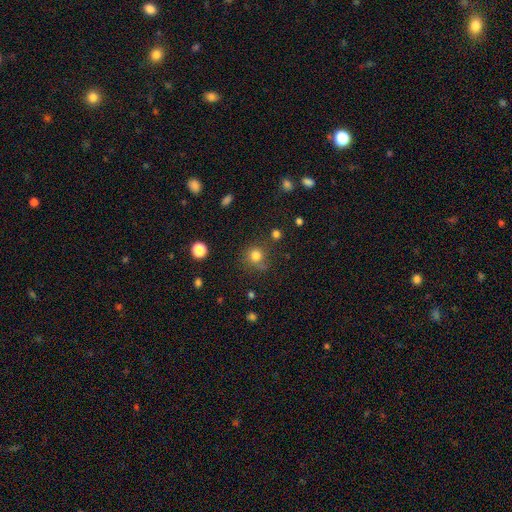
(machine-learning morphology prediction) This appears to be a smooth galaxy with no disk features (79%) that is round (90%). Merging: none (75%).